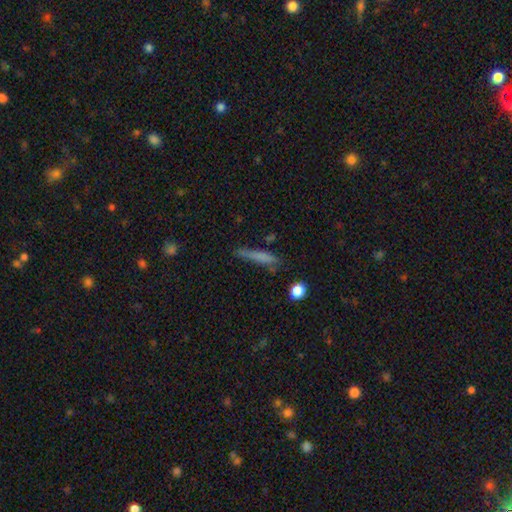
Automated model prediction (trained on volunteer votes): A smooth galaxy with no disk features (65%) that is cigar-shaped (91%).

Vote fractions:
- Smooth or featured? smooth: 65% / featured or disk: 24% / star or artifact: 10%
- How rounded? cigar-shaped: 91% / in between: 7% / round: 2%
- Merging? none: 71% / minor disturbance: 19% / major disturbance: 6% / merger: 4%